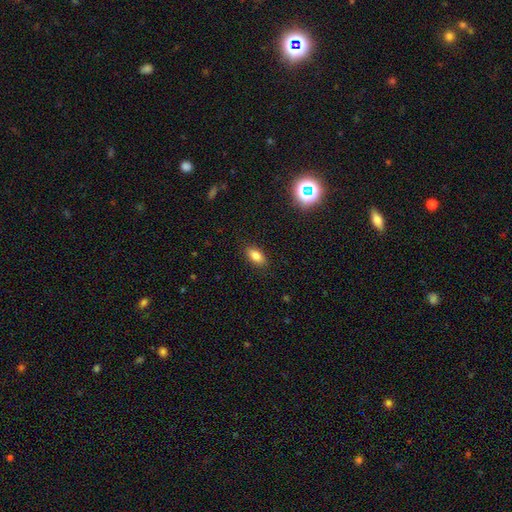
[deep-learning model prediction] smooth 83%, star or artifact 10%, featured or disk 7%. Down the decision tree: how rounded — in between (88%); merging — none (88%).